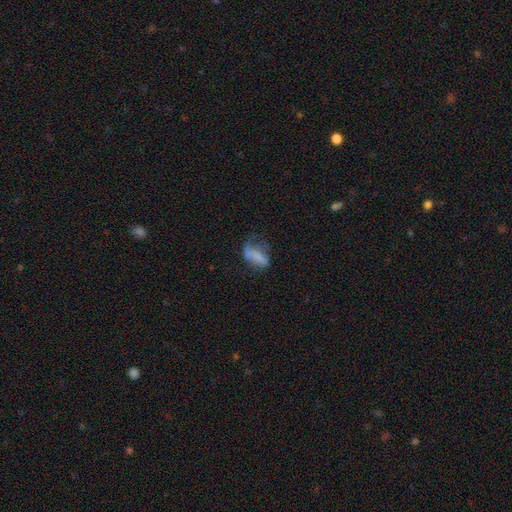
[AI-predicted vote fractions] smooth-or-featured: smooth: 61% | featured or disk: 28% | star or artifact: 11%
  how-rounded: in between: 82% | cigar-shaped: 13% | round: 5%
  merging: major disturbance: 36% | none: 30% | minor disturbance: 30% | merger: 4%